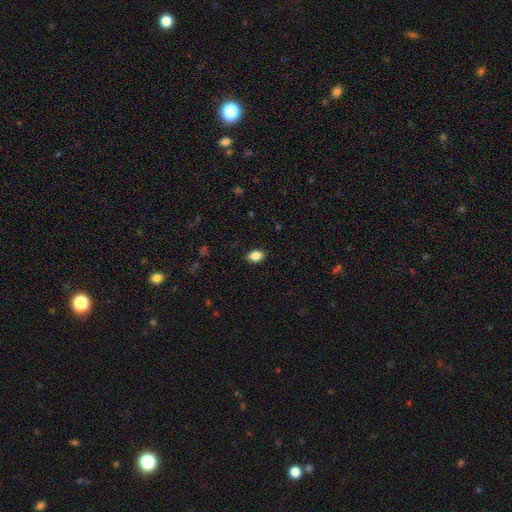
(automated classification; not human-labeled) smooth-or-featured: smooth: 86% | star or artifact: 9% | featured or disk: 5%
  how-rounded: in between: 80% | round: 19% | cigar-shaped: 1%
  merging: none: 88% | minor disturbance: 9% | major disturbance: 2% | merger: 1%